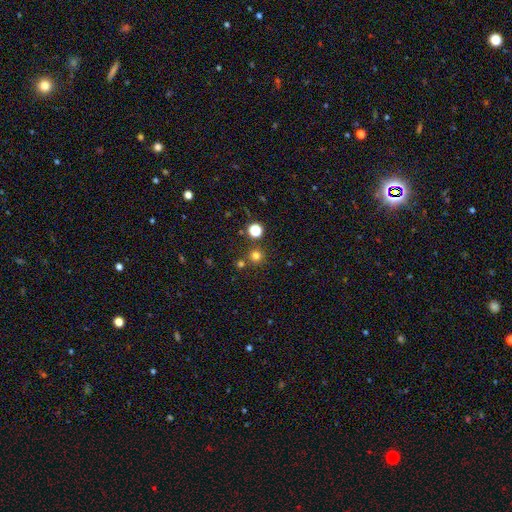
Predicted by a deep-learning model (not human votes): Smooth or featured?
  - smooth: 74% *
  - star or artifact: 20%
  - featured or disk: 6%
How rounded?
  - round: 94% *
  - in between: 5%
  - cigar-shaped: 1%
Merging?
  - none: 80% *
  - merger: 11%
  - minor disturbance: 6%
  - major disturbance: 3%